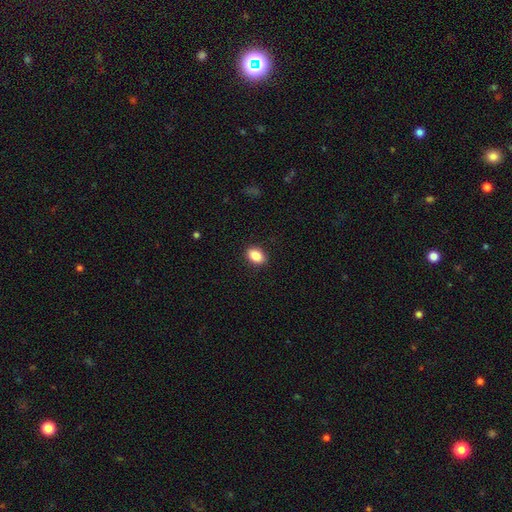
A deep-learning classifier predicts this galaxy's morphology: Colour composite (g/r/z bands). It shows a smooth galaxy with no disk features (88%) that is in between round and cigar-shaped (83%). Merging: none (89%).